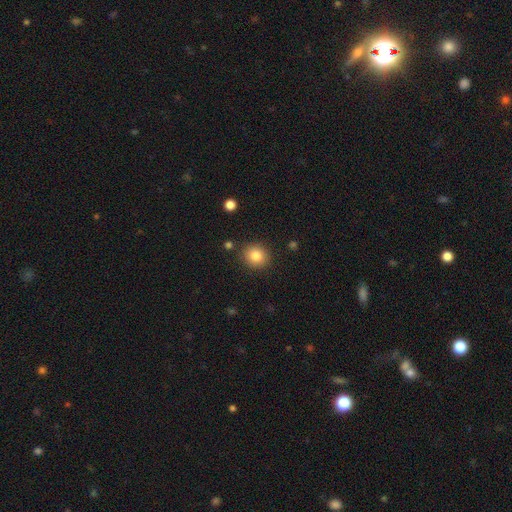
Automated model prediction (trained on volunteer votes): This appears to be a smooth galaxy with no disk features (83%) that is round (84%). Merging: none (87%).